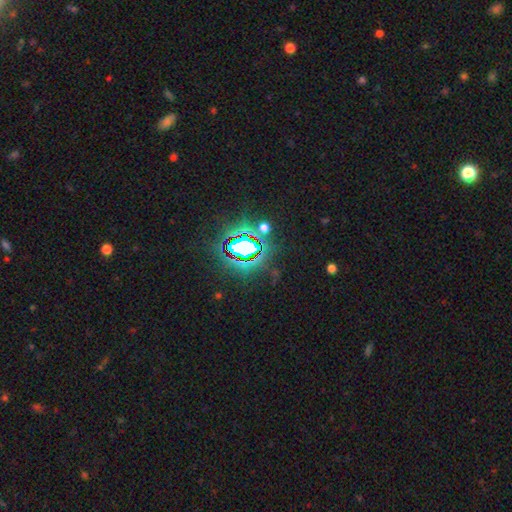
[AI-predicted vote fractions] Smooth or featured? Predicted: star or artifact (p=0.80).